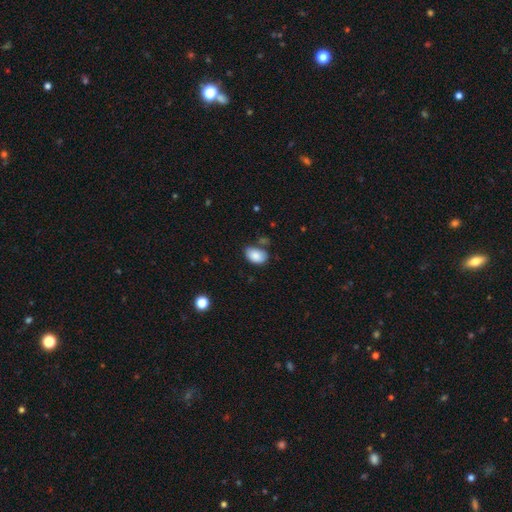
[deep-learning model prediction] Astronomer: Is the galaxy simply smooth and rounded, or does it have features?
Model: smooth — 86%.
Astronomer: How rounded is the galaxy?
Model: in between — 90%.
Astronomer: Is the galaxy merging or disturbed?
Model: none — 60%.